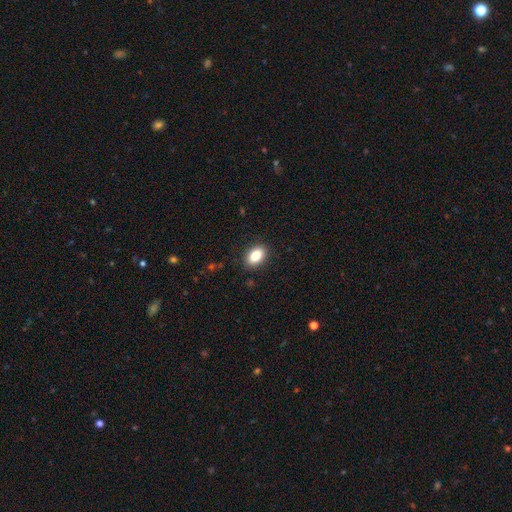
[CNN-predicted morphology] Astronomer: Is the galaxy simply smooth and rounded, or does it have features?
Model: smooth — 84%.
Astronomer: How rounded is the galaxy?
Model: in between — 88%.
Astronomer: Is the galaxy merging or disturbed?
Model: none — 89%.